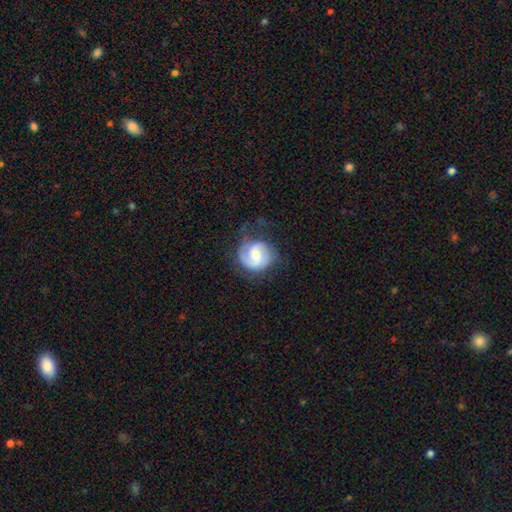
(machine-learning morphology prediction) featured or disk 74%, smooth 21%, star or artifact 6%. Down the decision tree: edge-on disk — no (98%); bar — weak (47%); spiral arms — yes (94%); spiral arm count — 2 (72%); spiral winding — medium (46%); bulge size — moderate (52%); merging — none (61%).